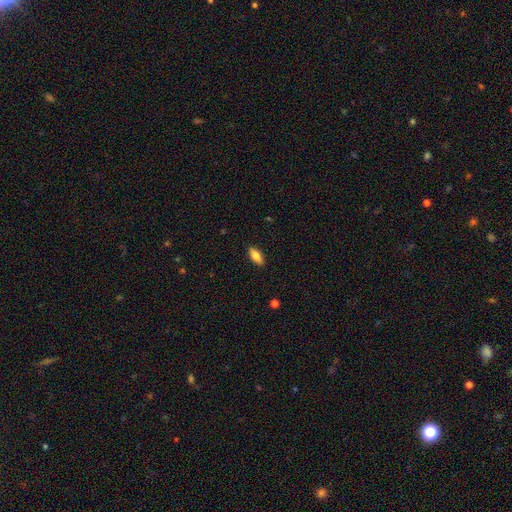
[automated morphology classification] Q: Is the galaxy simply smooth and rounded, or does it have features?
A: smooth — 80%.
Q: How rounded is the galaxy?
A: in between — 82%.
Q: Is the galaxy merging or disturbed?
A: none — 89%.